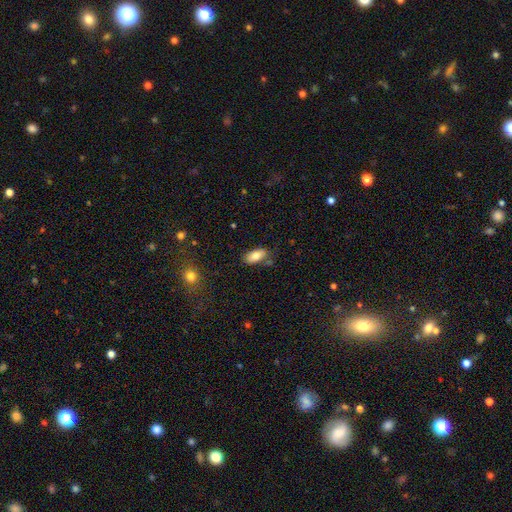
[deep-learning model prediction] Smooth or featured?
  - smooth: 82% *
  - featured or disk: 11%
  - star or artifact: 7%
How rounded?
  - in between: 91% *
  - cigar-shaped: 7%
  - round: 3%
Merging?
  - none: 77% *
  - minor disturbance: 16%
  - merger: 4%
  - major disturbance: 3%